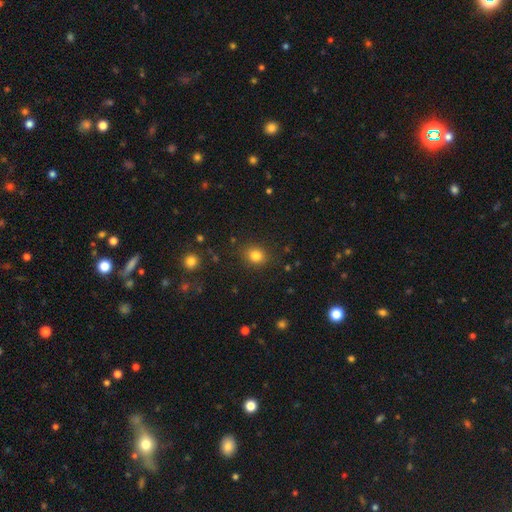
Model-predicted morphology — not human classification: A smooth galaxy with no disk features (82%) that is round (66%). Merging: none (86%).